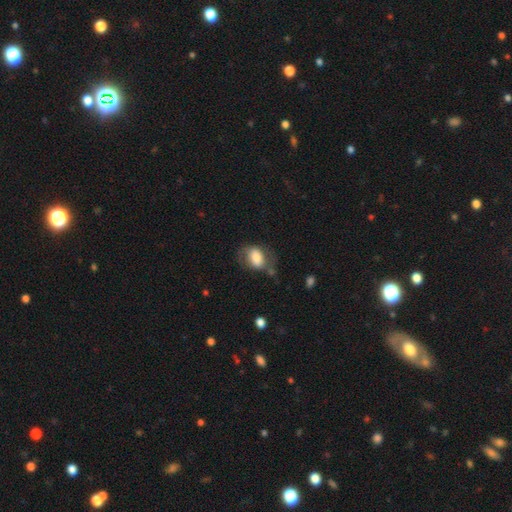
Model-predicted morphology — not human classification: smooth 68%, featured or disk 25%, star or artifact 7%. Down the decision tree: how rounded — in between (80%); merging — none (48%).